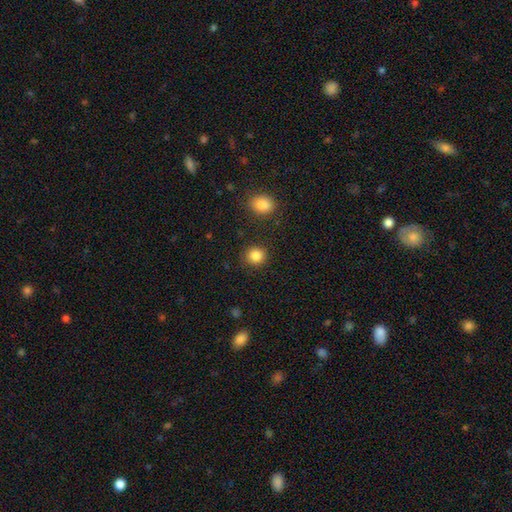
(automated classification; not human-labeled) A smooth galaxy with no disk features (86%) that is round (87%). Merging: none (87%).